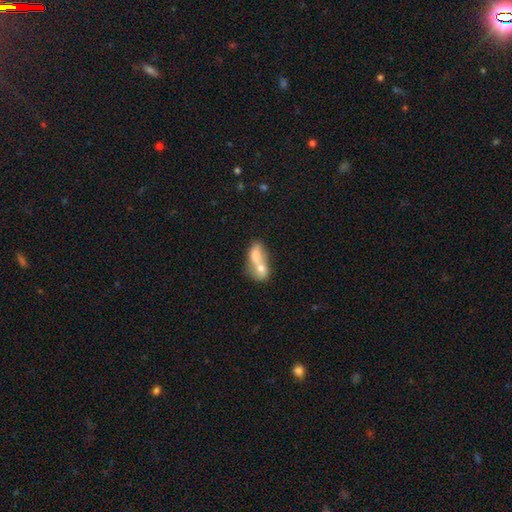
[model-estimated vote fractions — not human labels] smooth_or_featured: smooth (p=0.71) [alt: featured or disk p=0.21]
how_rounded: in between (p=0.77) [alt: round p=0.17]
merging: merger (p=0.75) [alt: none p=0.13]